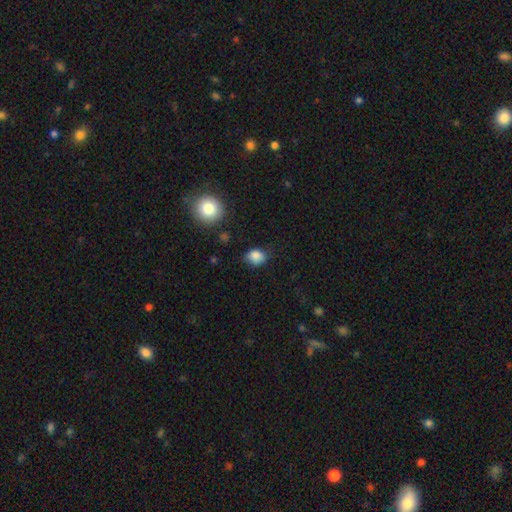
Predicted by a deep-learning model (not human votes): smooth-or-featured: smooth: 84% | star or artifact: 10% | featured or disk: 6%
  how-rounded: in between: 57% | round: 42% | cigar-shaped: 1%
  merging: none: 67% | minor disturbance: 25% | major disturbance: 6% | merger: 2%